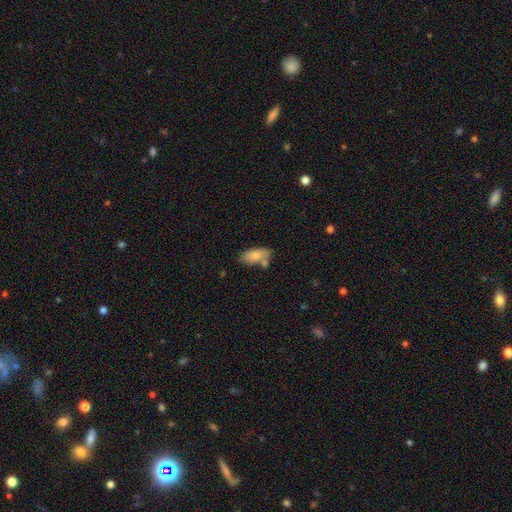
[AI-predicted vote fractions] The model was most divided on "merging": none: 61%, merger: 18%, minor disturbance: 17%, major disturbance: 4%. More confident: how rounded — in between (89%); smooth or featured — smooth (82%).